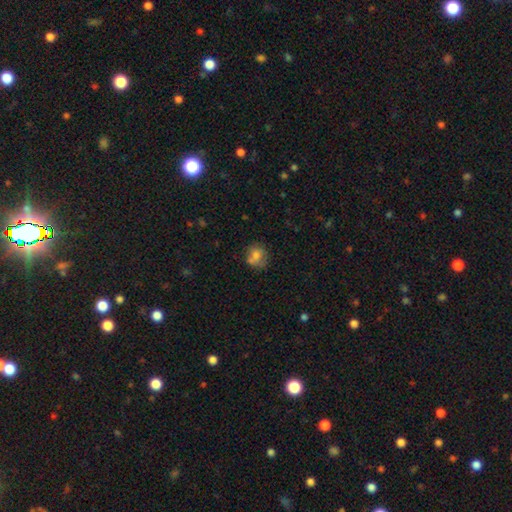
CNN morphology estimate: Smooth or featured? smooth (69%)
How rounded? round (72%)
Merging? none (52%)